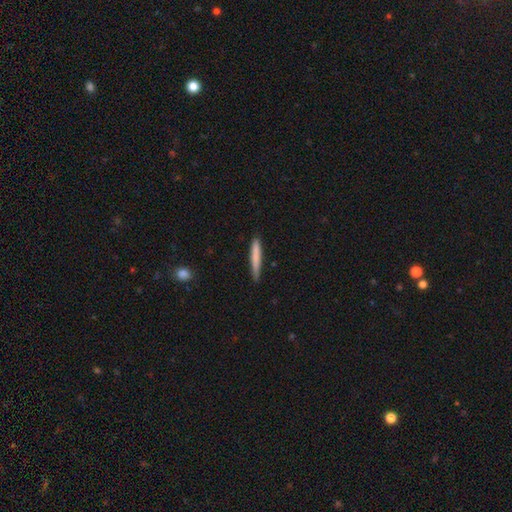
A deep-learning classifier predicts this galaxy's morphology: A smooth galaxy with no disk features (74%) that is cigar-shaped (95%). Merging: none (81%).